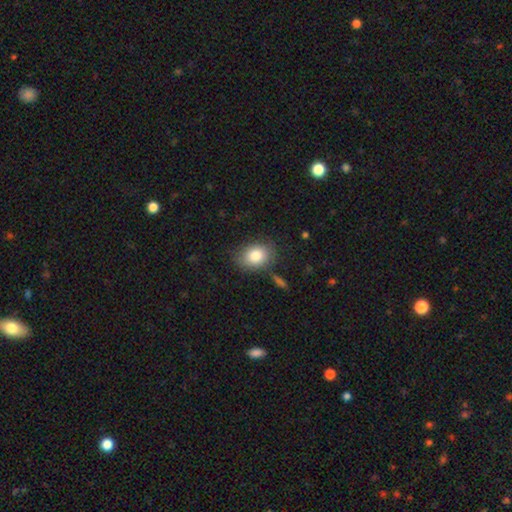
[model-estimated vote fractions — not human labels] Q: Smooth or featured?
A: smooth (83%); runner-up: featured or disk (9%)
Q: How rounded?
A: in between (67%); runner-up: round (32%)
Q: Merging?
A: none (76%); runner-up: minor disturbance (15%)